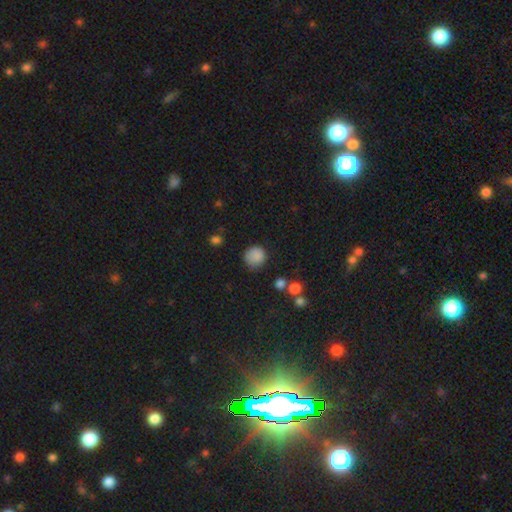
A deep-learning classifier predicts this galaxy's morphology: Smooth or featured: smooth — 85% (star or artifact — 11%)
How rounded: round — 90% (in between — 9%)
Merging: none — 76% (minor disturbance — 17%)